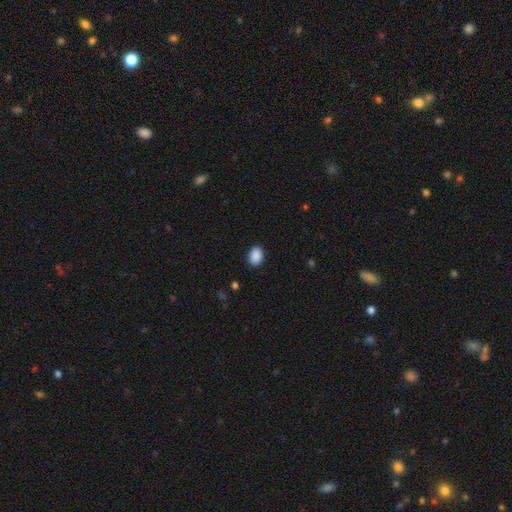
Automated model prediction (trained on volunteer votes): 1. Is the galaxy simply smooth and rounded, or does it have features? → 90% smooth, 8% star or artifact, 3% featured or disk.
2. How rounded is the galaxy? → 67% in between, 32% round, 1% cigar-shaped.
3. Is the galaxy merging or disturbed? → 88% none, 9% minor disturbance, 2% major disturbance, 1% merger.